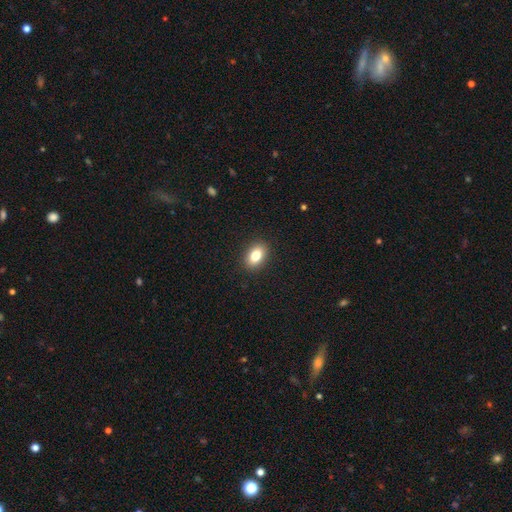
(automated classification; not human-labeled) This appears to be a smooth galaxy with no disk features (82%) that is in between round and cigar-shaped (83%). Merging: none (90%).